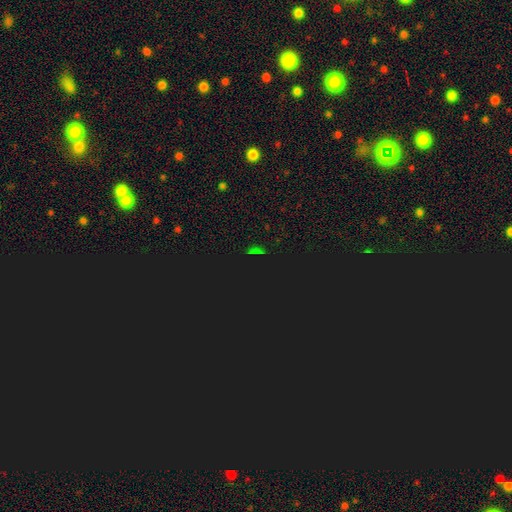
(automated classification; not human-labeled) Smooth or featured: star or artifact — 73% (smooth — 20%)